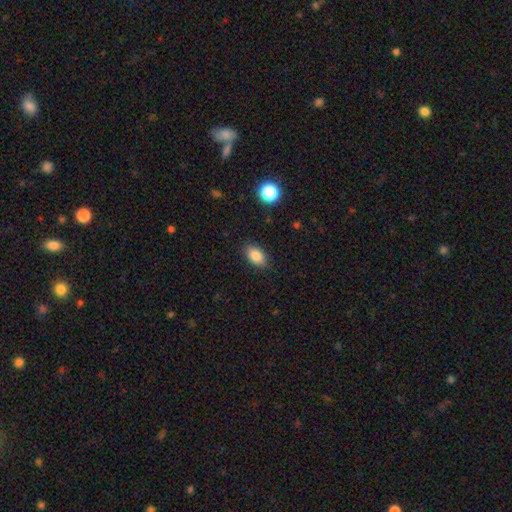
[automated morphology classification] Smooth or featured: smooth — 85% (star or artifact — 9%)
How rounded: in between — 90% (round — 8%)
Merging: none — 87% (minor disturbance — 9%)